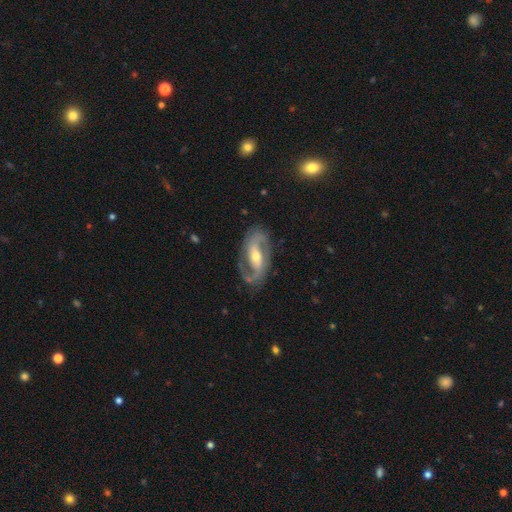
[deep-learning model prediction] featured or disk 89%, smooth 6%, star or artifact 5%. Down the decision tree: edge-on disk — no (96%); bar — strong (41%); spiral arms — yes (96%); spiral arm count — 2 (90%); spiral winding — medium (53%); bulge size — moderate (60%); merging — none (78%).